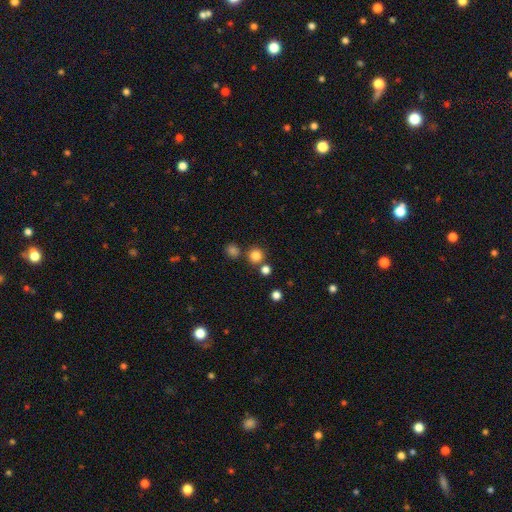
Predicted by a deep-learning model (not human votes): This is clearly a smooth galaxy (80%). How rounded: clearly round (93%). Merging: likely none (77%).